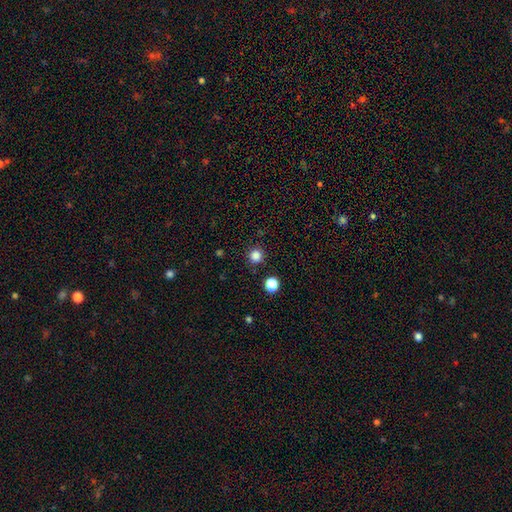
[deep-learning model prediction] Overall: smooth (83%). How rounded: round (95%). Merging: none (90%).